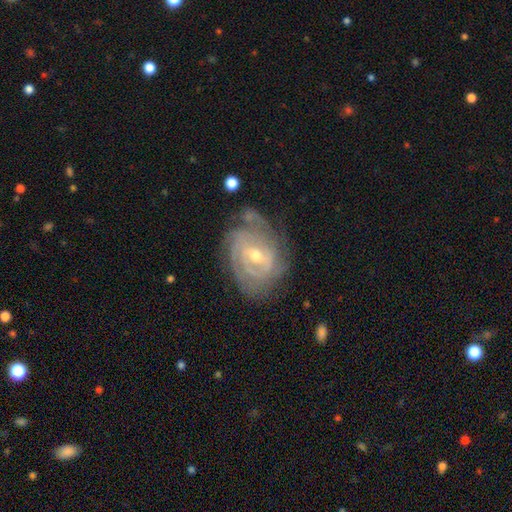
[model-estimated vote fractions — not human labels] smooth-or-featured: featured or disk: 87% | smooth: 7% | star or artifact: 5%
  disk-edge-on: no: 97% | yes: 3%
    bar: weak: 51% | no: 31% | strong: 18%
    has-spiral-arms: yes: 95% | no: 5%
      spiral-winding: tight: 74% | medium: 21% | loose: 5%
      spiral-arm-count: can't tell: 33% | 3: 24% | 2: 21% | 4: 12% | 1: 5% | more than 4: 5%
    bulge-size: moderate: 53% | small: 44% | large: 2% | none: 1% | dominant: 1%
  merging: none: 65% | minor disturbance: 23% | major disturbance: 9% | merger: 3%